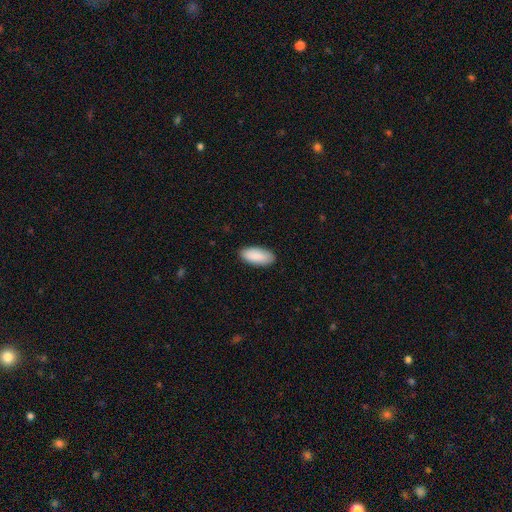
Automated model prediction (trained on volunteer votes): smooth_or_featured: smooth (p=0.89) [alt: featured or disk p=0.06]
how_rounded: in between (p=0.90) [alt: cigar-shaped p=0.08]
merging: none (p=0.88) [alt: minor disturbance p=0.10]